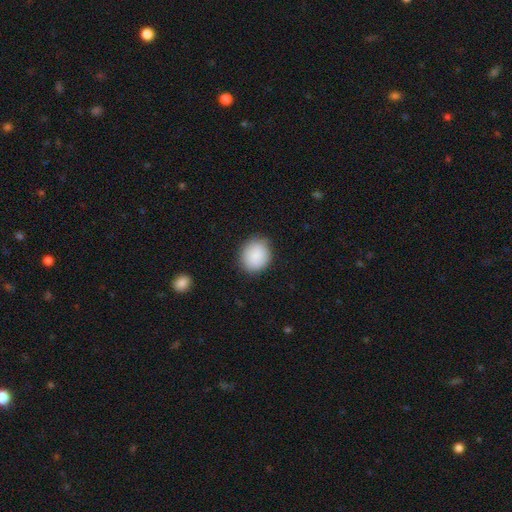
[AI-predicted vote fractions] This appears to be a smooth galaxy with no disk features (89%) that is round (67%). Merging: none (84%).